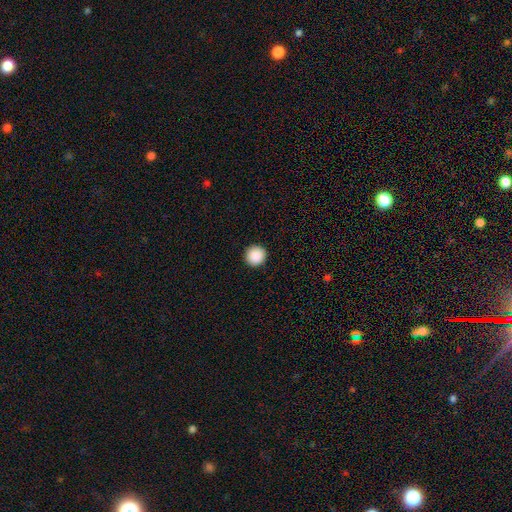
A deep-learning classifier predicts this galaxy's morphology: The model was most divided on "smooth or featured": smooth: 90%, star or artifact: 8%, featured or disk: 2%. More confident: how rounded — round (96%); merging — none (94%).